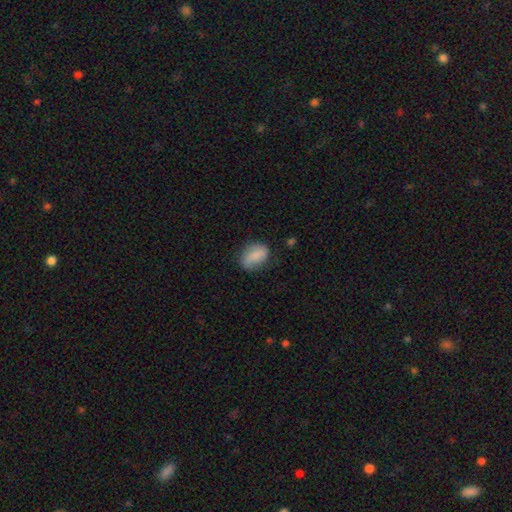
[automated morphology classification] A smooth galaxy with no disk features (81%) that is in between round and cigar-shaped (83%).

Vote fractions:
- Smooth or featured? smooth: 81% / featured or disk: 11% / star or artifact: 8%
- How rounded? in between: 83% / round: 14% / cigar-shaped: 3%
- Merging? none: 65% / minor disturbance: 25% / major disturbance: 8% / merger: 2%